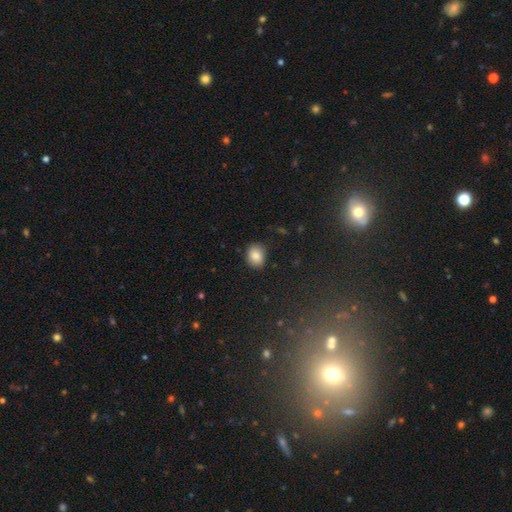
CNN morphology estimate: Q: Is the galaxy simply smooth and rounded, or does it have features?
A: smooth — 85%.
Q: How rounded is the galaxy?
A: round — 53%.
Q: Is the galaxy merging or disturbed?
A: none — 84%.